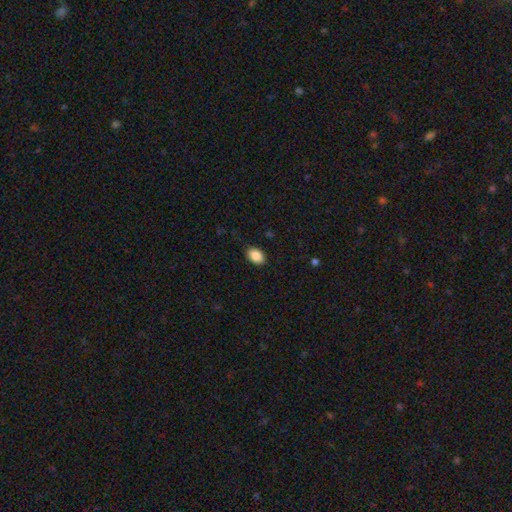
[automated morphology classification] Smooth or featured? smooth (89%)
How rounded? in between (83%)
Merging? none (87%)